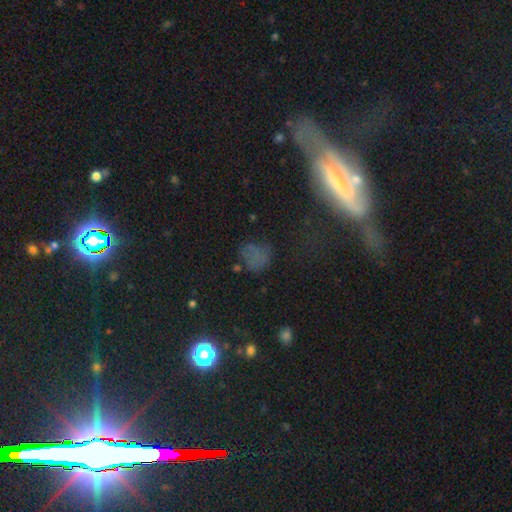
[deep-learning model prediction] The model was most divided on "smooth or featured": smooth: 50%, star or artifact: 35%, featured or disk: 15%. More confident: how rounded — round (69%); merging — none (59%).